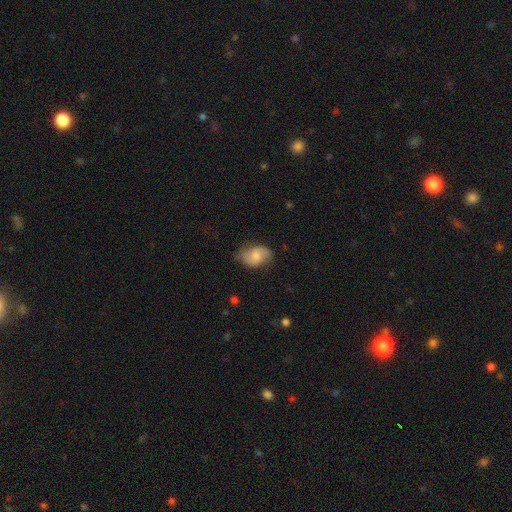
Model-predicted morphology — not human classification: A featured or disk galaxy (47%). Merging: none (72%).